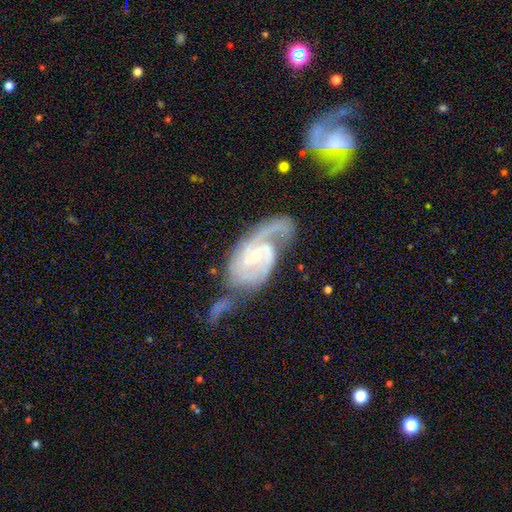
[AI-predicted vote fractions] Smooth or featured? featured or disk (90%)
Edge-on disk? no (97%)
Bar? weak (50%)
Spiral arms? yes (98%)
Spiral winding? medium (48%)
Spiral arm count? 2 (71%)
Bulge size? small (64%)
Merging? none (42%)